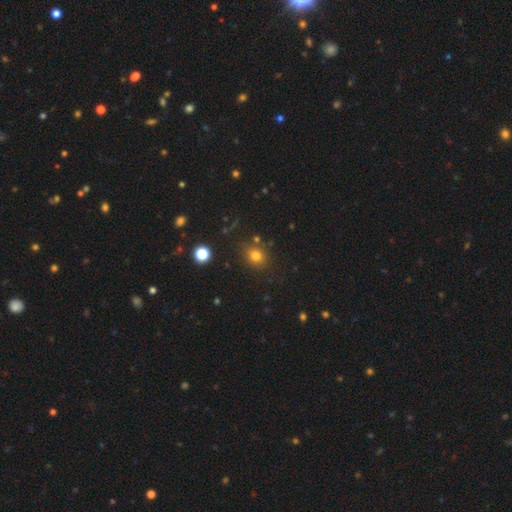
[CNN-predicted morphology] Overall: smooth (77%). How rounded: round (68%; in between 31%). Merging: none (81%).